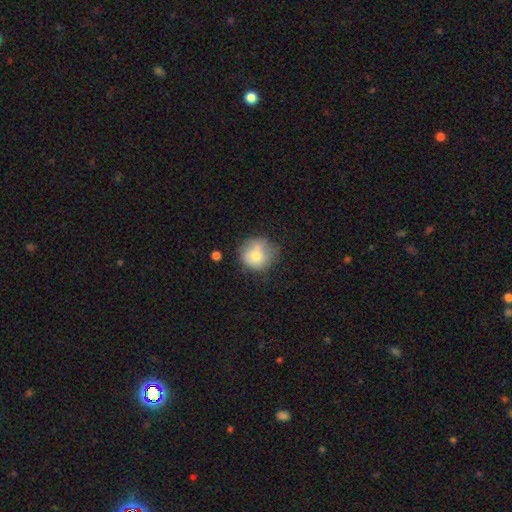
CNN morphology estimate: Q: Smooth or featured?
A: smooth (74%); runner-up: featured or disk (18%)
Q: How rounded?
A: round (88%); runner-up: in between (11%)
Q: Merging?
A: none (55%); runner-up: minor disturbance (26%)